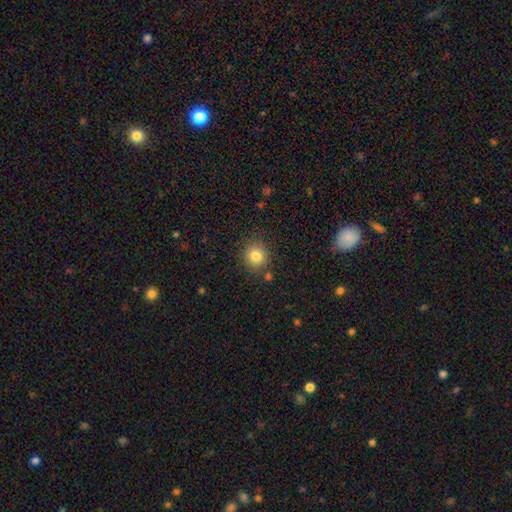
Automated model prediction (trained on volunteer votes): The model was most divided on "smooth or featured": smooth: 81%, star or artifact: 12%, featured or disk: 7%. More confident: how rounded — round (88%); merging — none (85%).